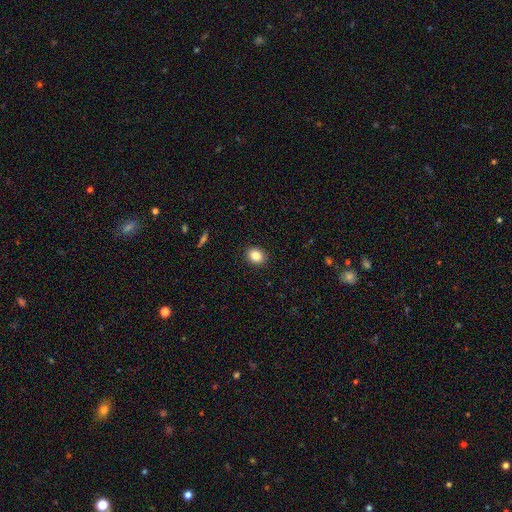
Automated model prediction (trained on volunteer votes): Smooth or featured: smooth — 84% (star or artifact — 10%)
How rounded: round — 52% (in between — 47%)
Merging: none — 91% (minor disturbance — 6%)